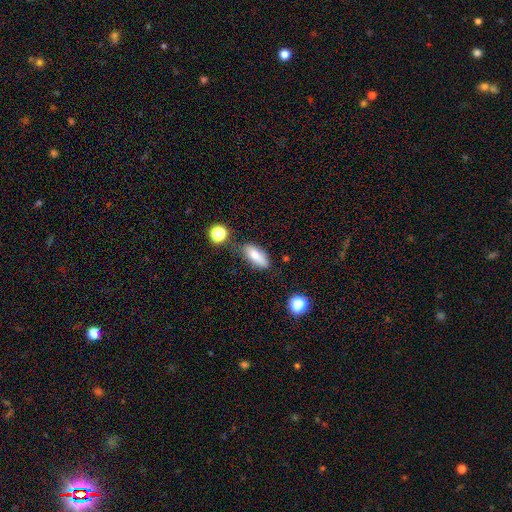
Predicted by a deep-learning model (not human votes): smooth-or-featured: smooth: 79% | featured or disk: 12% | star or artifact: 8%
  how-rounded: in between: 72% | cigar-shaped: 24% | round: 3%
  merging: none: 68% | minor disturbance: 20% | merger: 7% | major disturbance: 5%